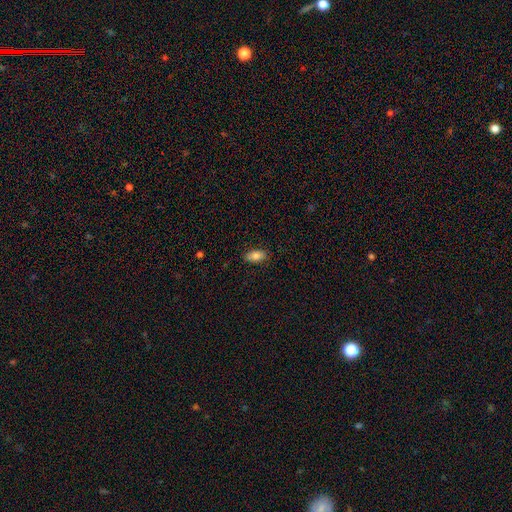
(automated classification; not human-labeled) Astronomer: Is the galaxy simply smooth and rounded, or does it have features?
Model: smooth — 82%.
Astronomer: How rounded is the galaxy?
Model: in between — 90%.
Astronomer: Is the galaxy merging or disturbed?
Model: none — 86%.